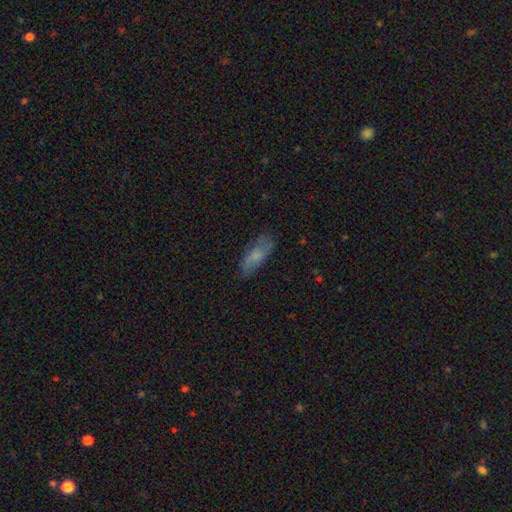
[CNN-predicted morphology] This appears to be a smooth galaxy with no disk features (68%) that is in between round and cigar-shaped (70%). Merging: none (73%).